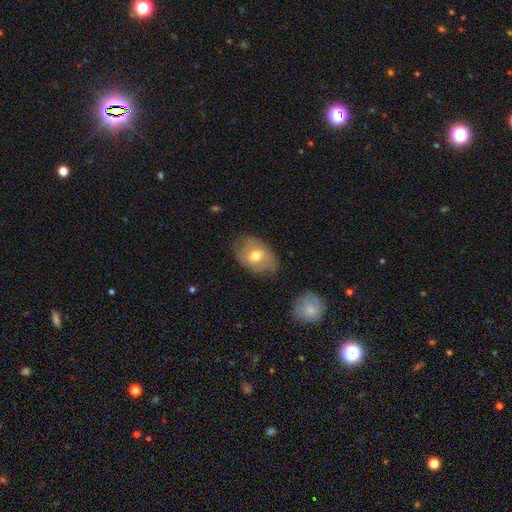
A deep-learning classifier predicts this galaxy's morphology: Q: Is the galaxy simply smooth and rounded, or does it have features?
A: smooth — 59%.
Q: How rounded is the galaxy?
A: in between — 82%.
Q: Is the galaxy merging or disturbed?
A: none — 71%.